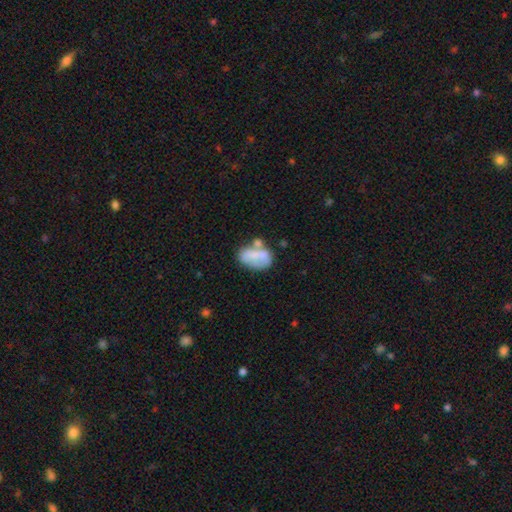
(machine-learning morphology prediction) Smooth or featured? smooth (57%)
How rounded? in between (85%)
Merging? none (36%)